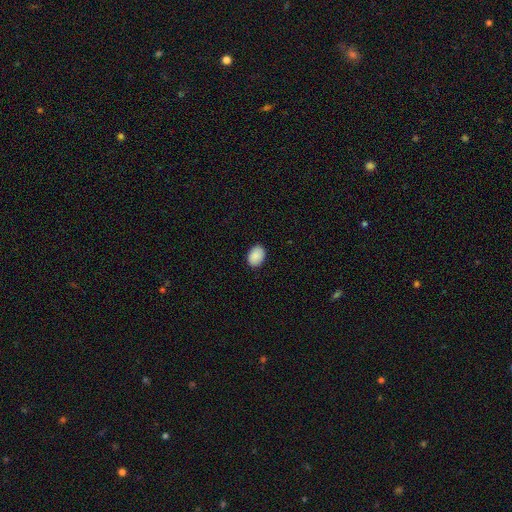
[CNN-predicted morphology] Smooth or featured? Predicted: smooth (p=0.90). How rounded? Predicted: in between (p=0.76). Merging? Predicted: none (p=0.89).